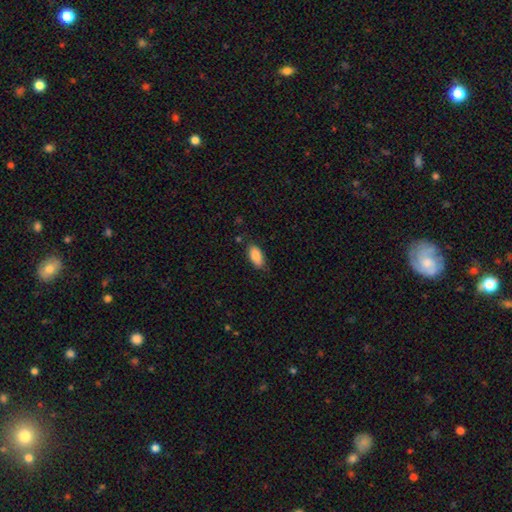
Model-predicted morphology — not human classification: Smooth or featured?
  - smooth: 88% *
  - star or artifact: 7%
  - featured or disk: 6%
How rounded?
  - in between: 92% *
  - cigar-shaped: 6%
  - round: 2%
Merging?
  - none: 77% *
  - minor disturbance: 18%
  - major disturbance: 3%
  - merger: 2%